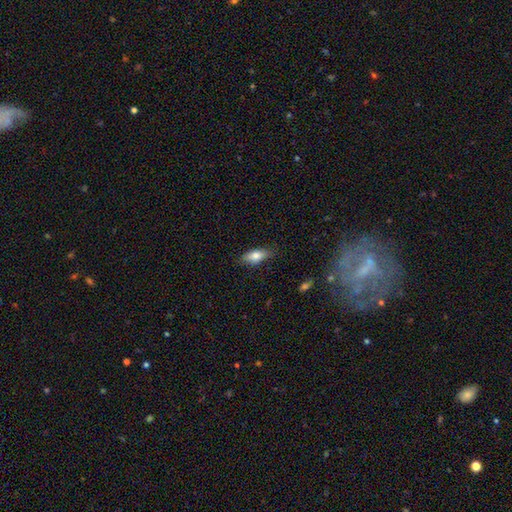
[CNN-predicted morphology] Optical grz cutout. It shows a smooth galaxy with no disk features (73%) that is in between round and cigar-shaped (75%). Merging: none (79%).